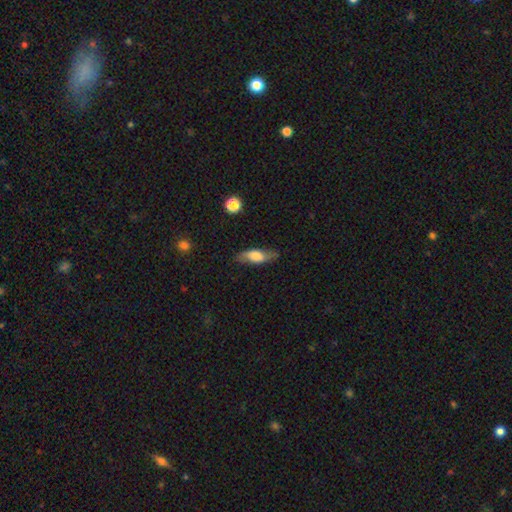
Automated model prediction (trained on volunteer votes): Smooth or featured? Predicted: smooth (p=0.53). How rounded? Predicted: in between (p=0.63). Merging? Predicted: none (p=0.78).